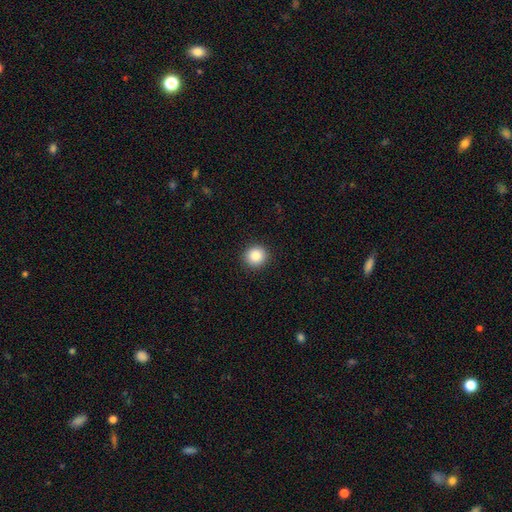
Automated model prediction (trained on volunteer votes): smooth_or_featured: smooth (p=0.87) [alt: star or artifact p=0.09]
how_rounded: round (p=0.91) [alt: in between p=0.08]
merging: none (p=0.92) [alt: minor disturbance p=0.05]